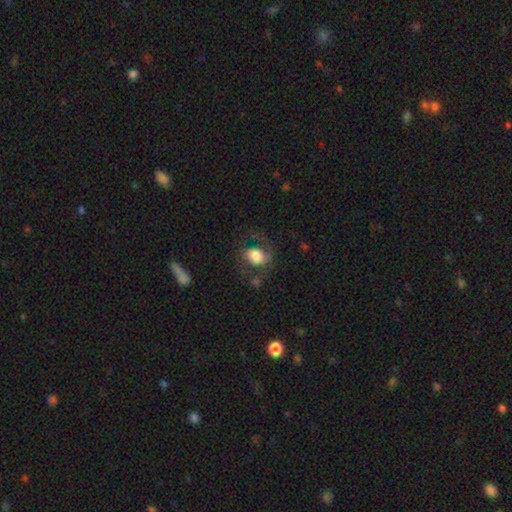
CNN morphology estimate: Overall: smooth (54%; featured or disk 38%). How rounded: in between (58%; round 41%). Merging: none (54%; major disturbance 21%).